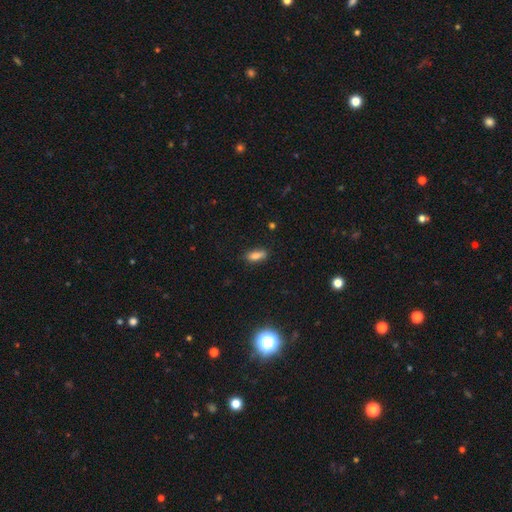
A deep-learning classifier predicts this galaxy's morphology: Smooth or featured: smooth — 81% (star or artifact — 10%)
How rounded: in between — 76% (cigar-shaped — 21%)
Merging: none — 81% (minor disturbance — 15%)